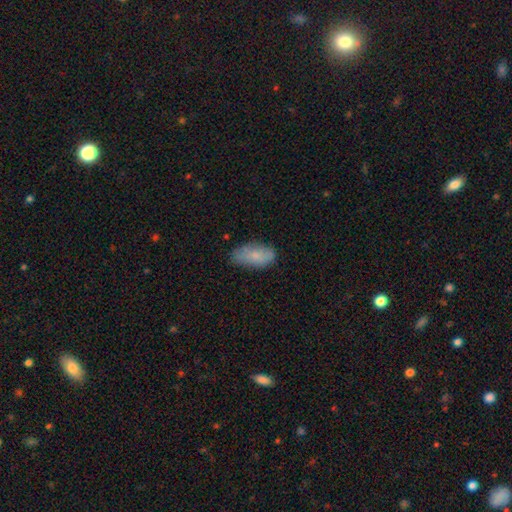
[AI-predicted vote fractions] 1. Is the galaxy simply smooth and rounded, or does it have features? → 77% smooth, 16% featured or disk, 7% star or artifact.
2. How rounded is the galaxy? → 91% in between, 6% cigar-shaped, 3% round.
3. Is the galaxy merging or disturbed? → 67% none, 26% minor disturbance, 6% major disturbance, 2% merger.